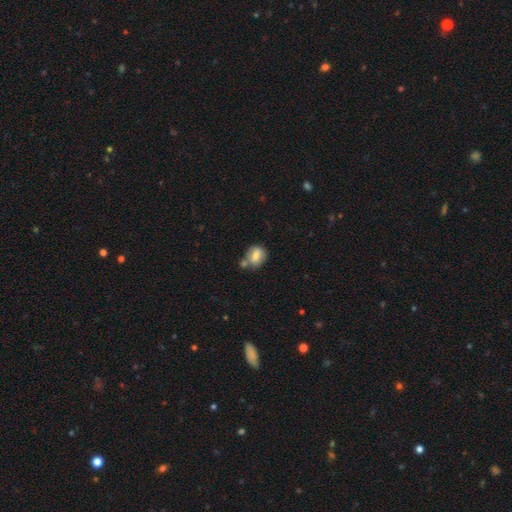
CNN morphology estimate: smooth_or_featured: smooth (p=0.74) [alt: featured or disk p=0.17]
how_rounded: in between (p=0.52) [alt: round p=0.46]
merging: none (p=0.52) [alt: merger p=0.24]